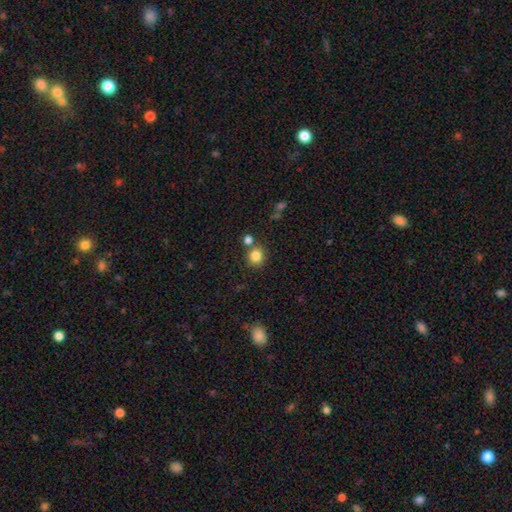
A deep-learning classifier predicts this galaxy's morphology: Smooth or featured? smooth (83%)
How rounded? round (85%)
Merging? none (72%)